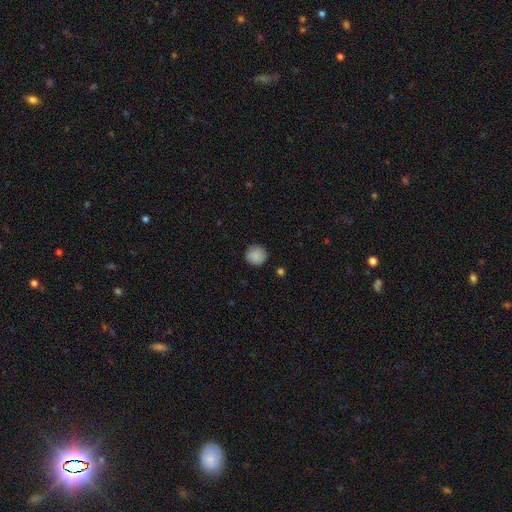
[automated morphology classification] The model was most divided on "merging": none: 87%, minor disturbance: 10%, major disturbance: 2%, merger: 1%. More confident: how rounded — round (93%); smooth or featured — smooth (88%).